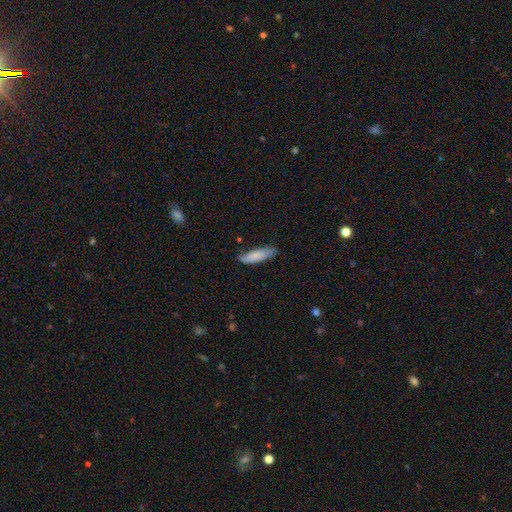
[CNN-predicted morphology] Smooth or featured?
  - smooth: 77% *
  - featured or disk: 17%
  - star or artifact: 6%
How rounded?
  - cigar-shaped: 52% *
  - in between: 47%
  - round: 2%
Merging?
  - none: 71% *
  - minor disturbance: 23%
  - major disturbance: 4%
  - merger: 2%